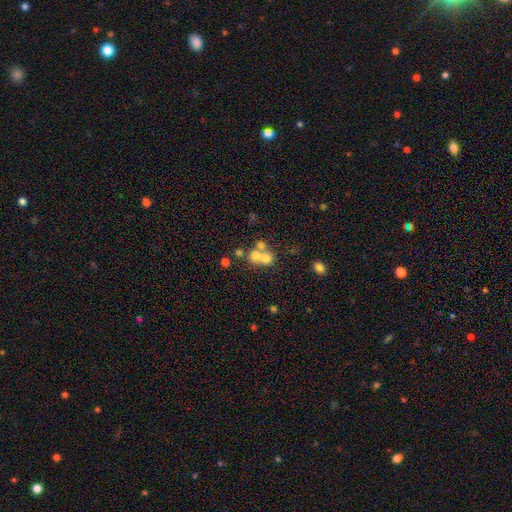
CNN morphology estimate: smooth-or-featured: smooth: 62% | featured or disk: 23% | star or artifact: 15%
  how-rounded: round: 76% | in between: 23% | cigar-shaped: 1%
  merging: merger: 58% | none: 31% | minor disturbance: 6% | major disturbance: 5%